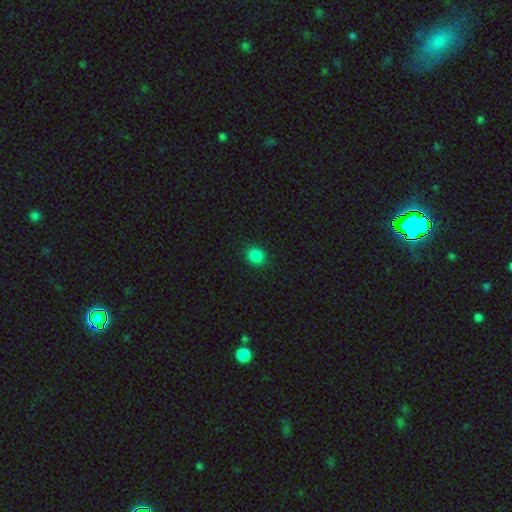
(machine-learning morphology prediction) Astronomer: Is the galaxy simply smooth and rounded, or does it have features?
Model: smooth — 86%.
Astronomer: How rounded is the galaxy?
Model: round — 84%.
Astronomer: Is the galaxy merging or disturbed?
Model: none — 91%.